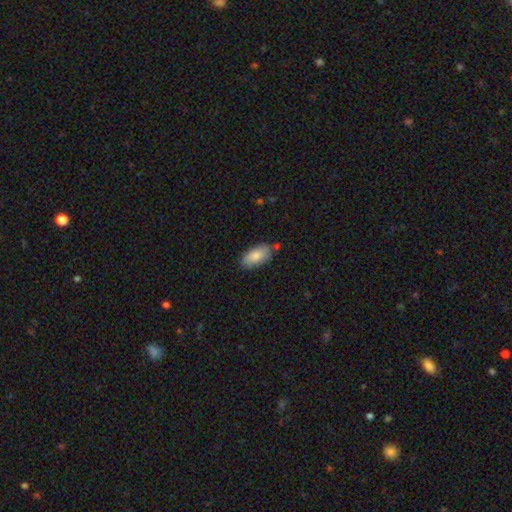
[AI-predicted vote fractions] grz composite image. It shows a smooth galaxy with no disk features (84%) that is in between round and cigar-shaped (92%). Merging: none (78%).